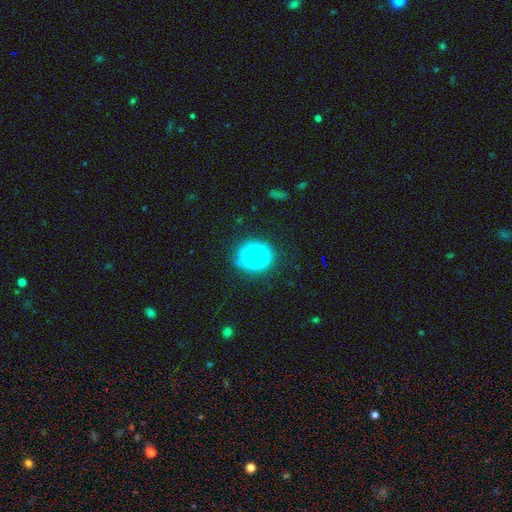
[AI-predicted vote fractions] This is likely a smooth galaxy (71%). How rounded: likely round (75%). Merging: likely none (71%).